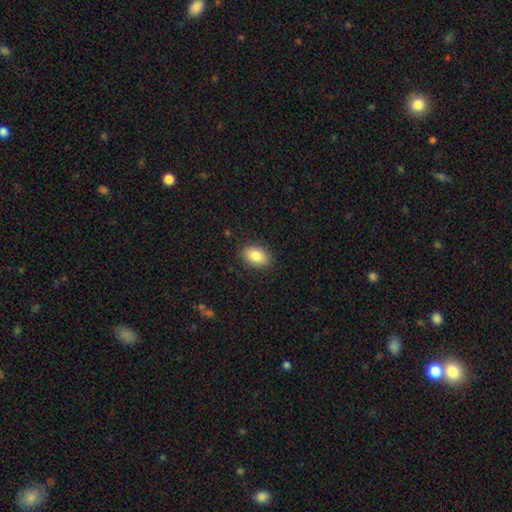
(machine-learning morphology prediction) This is clearly a smooth galaxy (85%). How rounded: clearly in between (84%). Merging: clearly none (87%).